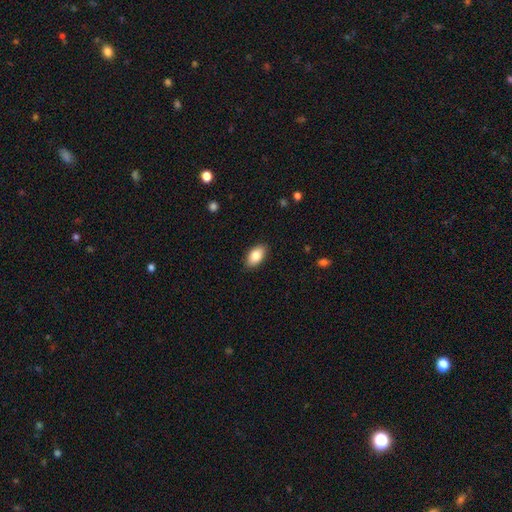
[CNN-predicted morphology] This appears to be a smooth galaxy with no disk features (84%) that is in between round and cigar-shaped (93%). Merging: none (89%).